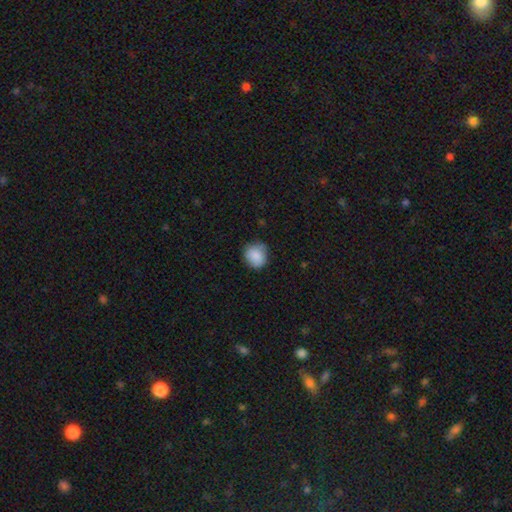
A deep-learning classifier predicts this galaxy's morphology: The model was most divided on "merging": none: 74%, minor disturbance: 21%, major disturbance: 4%, merger: 1%. More confident: smooth or featured — smooth (86%); how rounded — round (81%).